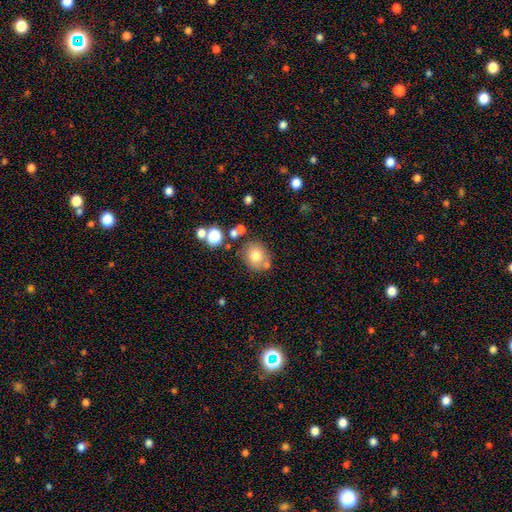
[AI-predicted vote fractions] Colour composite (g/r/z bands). It shows a smooth galaxy with no disk features (74%) that is round (77%). Merging: none (72%).